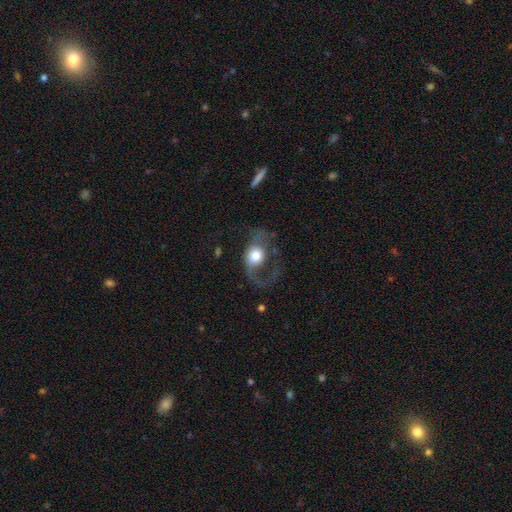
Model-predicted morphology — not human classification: Q: Smooth or featured?
A: featured or disk (48%); runner-up: smooth (45%)
Q: Merging?
A: major disturbance (52%); runner-up: none (29%)